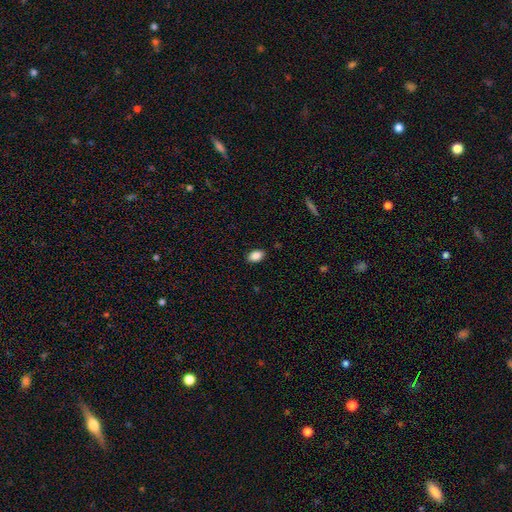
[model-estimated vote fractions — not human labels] Smooth or featured? smooth (88%)
How rounded? in between (88%)
Merging? none (88%)